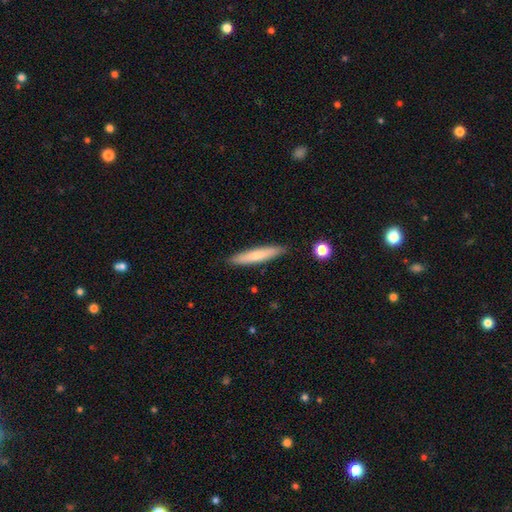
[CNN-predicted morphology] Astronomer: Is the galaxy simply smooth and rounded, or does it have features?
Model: smooth — 71%.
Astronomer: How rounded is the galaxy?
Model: cigar-shaped — 91%.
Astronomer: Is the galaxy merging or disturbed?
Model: none — 88%.